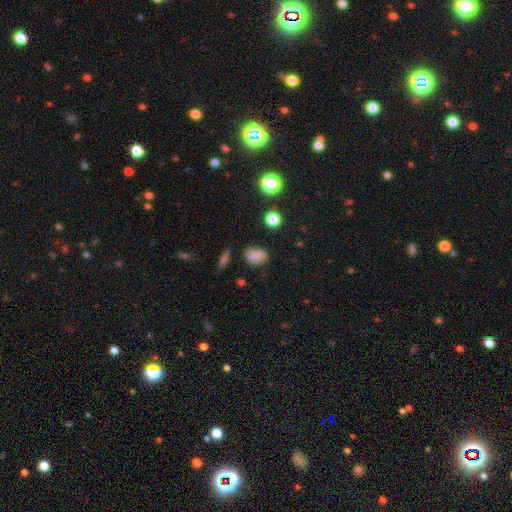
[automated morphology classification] Q: Smooth or featured?
A: smooth (77%); runner-up: star or artifact (14%)
Q: How rounded?
A: in between (76%); runner-up: round (22%)
Q: Merging?
A: none (64%); runner-up: minor disturbance (23%)